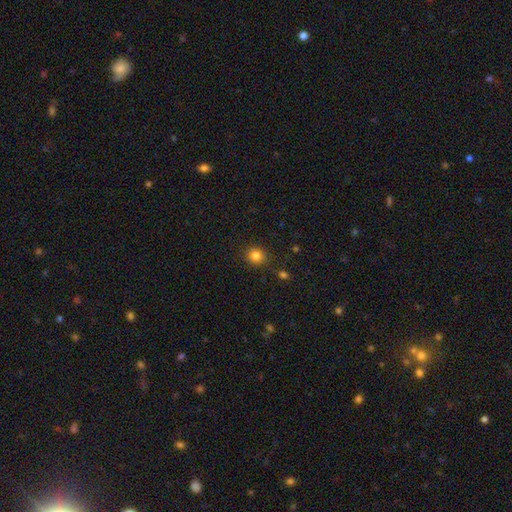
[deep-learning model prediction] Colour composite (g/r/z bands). It shows a smooth galaxy with no disk features (84%) that is round (84%). Merging: none (88%).